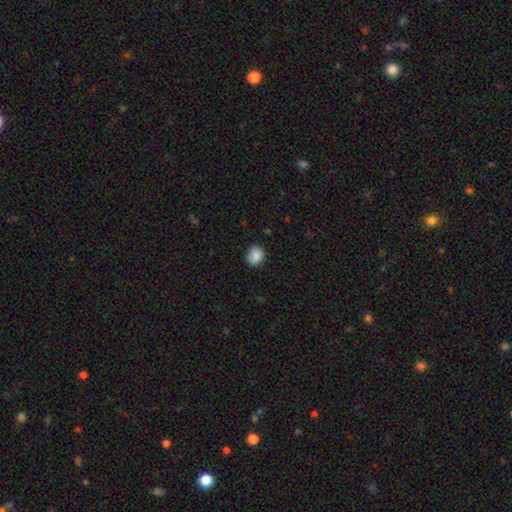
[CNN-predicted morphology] Smooth or featured: smooth — 86% (star or artifact — 9%)
How rounded: round — 73% (in between — 26%)
Merging: none — 79% (minor disturbance — 16%)